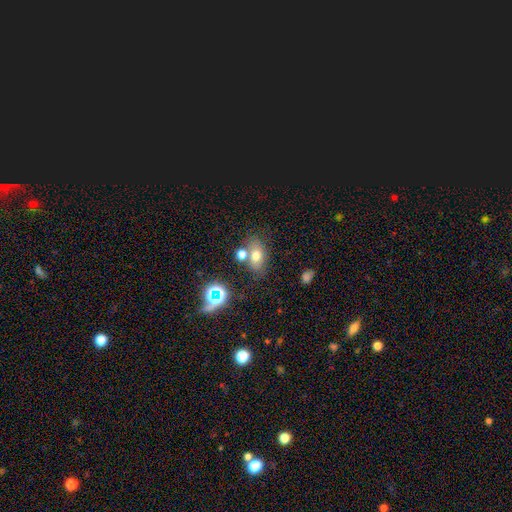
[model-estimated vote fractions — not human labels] This appears to be a smooth galaxy with no disk features (67%) that is in between round and cigar-shaped (77%). Merging: none (58%).